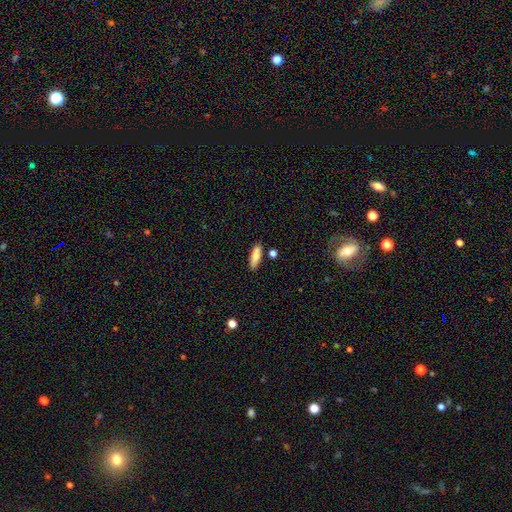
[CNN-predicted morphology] Overall: smooth (79%). How rounded: in between (58%; cigar-shaped 39%). Merging: none (79%).